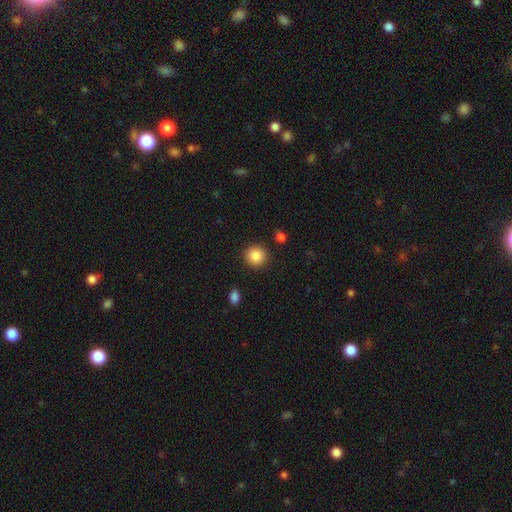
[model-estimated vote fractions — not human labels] Smooth or featured? smooth (87%)
How rounded? round (91%)
Merging? none (90%)